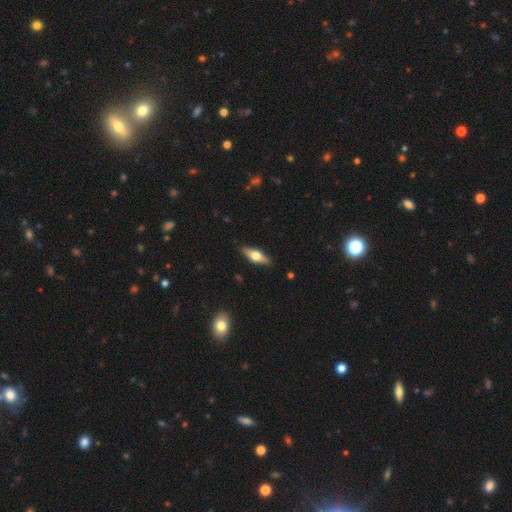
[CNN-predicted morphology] Smooth or featured: featured or disk — 49% (smooth — 45%)
Merging: none — 88% (minor disturbance — 9%)